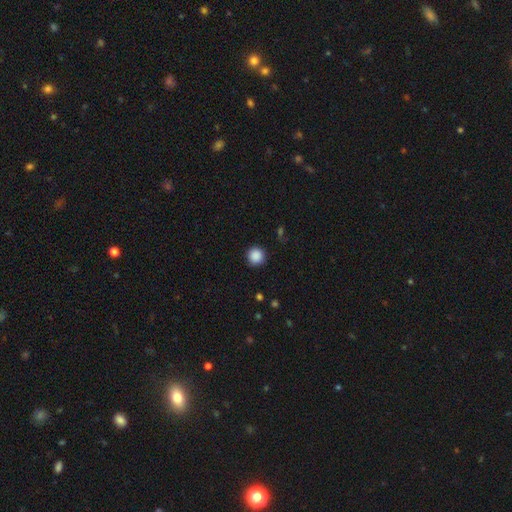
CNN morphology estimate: smooth 88%, star or artifact 10%, featured or disk 3%. Down the decision tree: how rounded — round (95%); merging — none (90%).